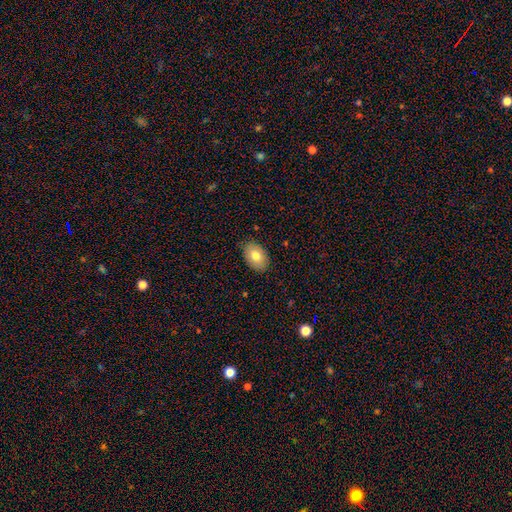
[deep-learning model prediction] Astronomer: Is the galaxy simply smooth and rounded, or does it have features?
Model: smooth — 78%.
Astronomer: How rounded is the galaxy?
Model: in between — 87%.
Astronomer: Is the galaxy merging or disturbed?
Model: none — 87%.